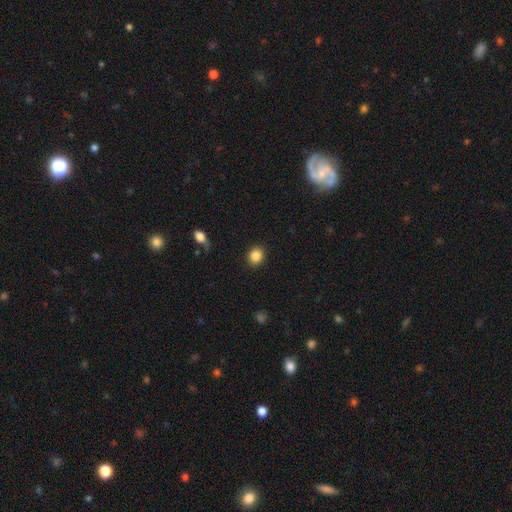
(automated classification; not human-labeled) Morphology: type=smooth (86%); roundness=round (65%); merging=none (89%).